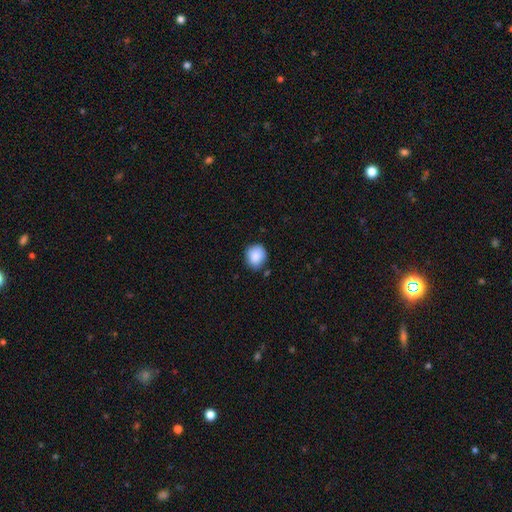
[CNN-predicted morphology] Smooth or featured? Predicted: smooth (p=0.88). How rounded? Predicted: round (p=0.76). Merging? Predicted: none (p=0.77).